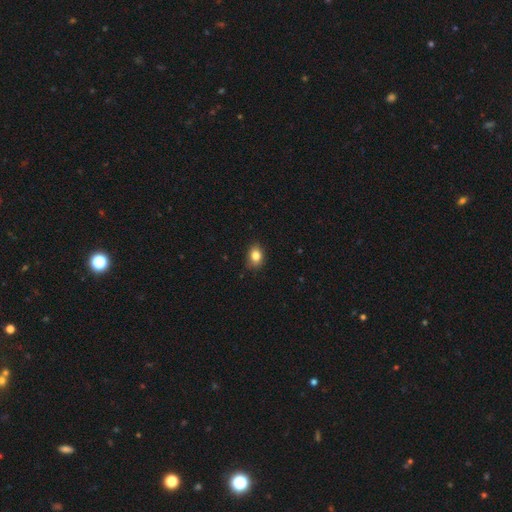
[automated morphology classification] Smooth or featured? Predicted: smooth (p=0.84). How rounded? Predicted: in between (p=0.66). Merging? Predicted: none (p=0.80).